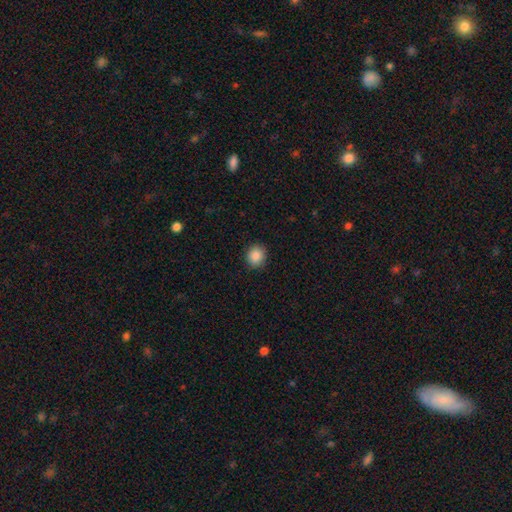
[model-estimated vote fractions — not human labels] The model was most divided on "how rounded": round: 83%, in between: 16%, cigar-shaped: 1%. More confident: merging — none (90%); smooth or featured — smooth (88%).